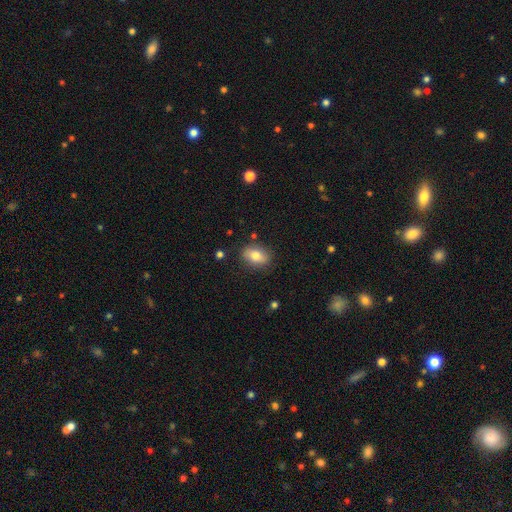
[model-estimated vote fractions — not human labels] Overall: smooth (77%). How rounded: in between (83%). Merging: none (84%).